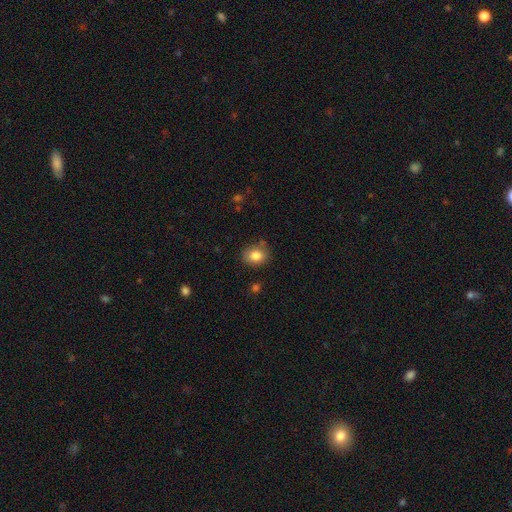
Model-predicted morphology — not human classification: A smooth galaxy with no disk features (83%) that is round (55%).

Vote fractions:
- Smooth or featured? smooth: 83% / star or artifact: 9% / featured or disk: 8%
- How rounded? round: 55% / in between: 44% / cigar-shaped: 1%
- Merging? none: 77% / minor disturbance: 17% / major disturbance: 4% / merger: 3%